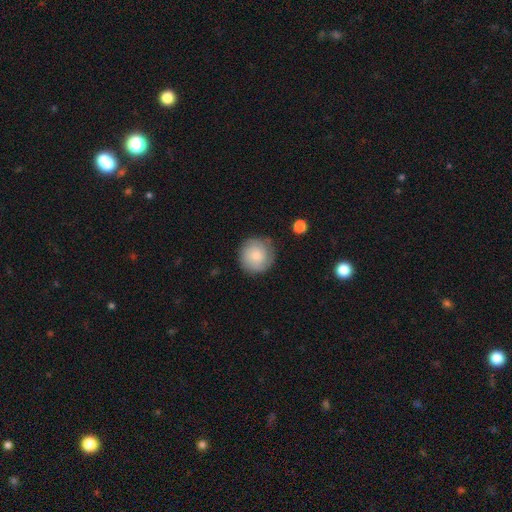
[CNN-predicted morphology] smooth-or-featured: smooth: 65% | featured or disk: 28% | star or artifact: 7%
  how-rounded: round: 94% | in between: 5% | cigar-shaped: 1%
  merging: none: 82% | minor disturbance: 13% | major disturbance: 4% | merger: 2%